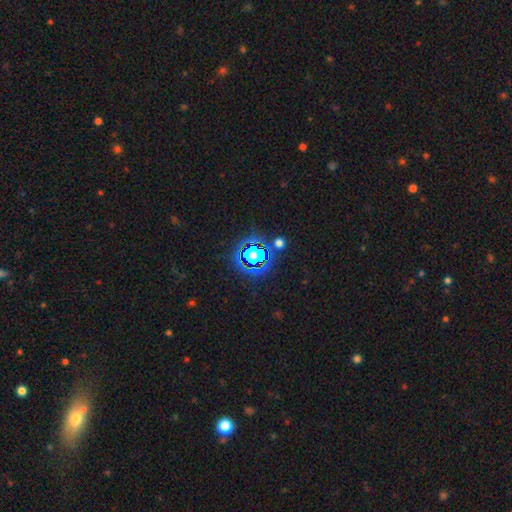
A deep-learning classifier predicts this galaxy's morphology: smooth-or-featured: star or artifact: 77% | smooth: 15% | featured or disk: 8%